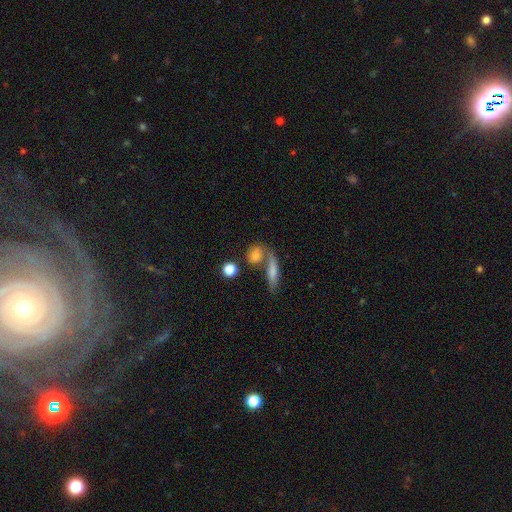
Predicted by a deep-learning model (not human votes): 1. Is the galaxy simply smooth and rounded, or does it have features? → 72% smooth, 17% featured or disk, 11% star or artifact.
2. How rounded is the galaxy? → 56% round, 29% in between, 15% cigar-shaped.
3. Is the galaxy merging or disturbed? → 56% none, 27% merger, 12% minor disturbance, 6% major disturbance.